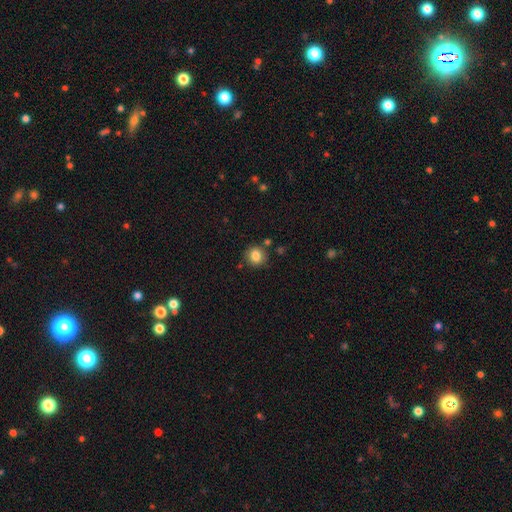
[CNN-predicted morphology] Overall: smooth (84%). How rounded: round (86%). Merging: none (82%).